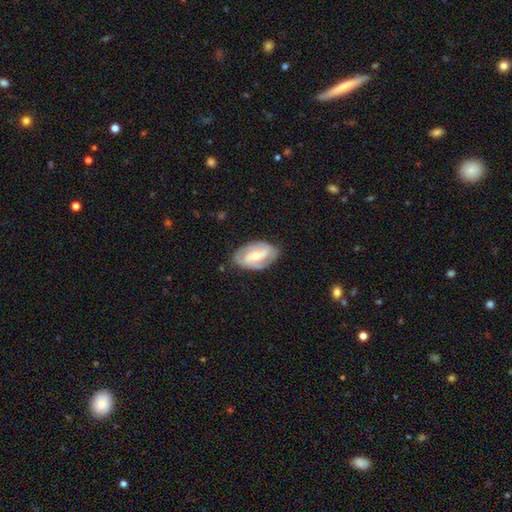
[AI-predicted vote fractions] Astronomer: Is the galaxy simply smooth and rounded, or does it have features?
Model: featured or disk — 81%.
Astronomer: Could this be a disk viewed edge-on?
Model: no — 96%.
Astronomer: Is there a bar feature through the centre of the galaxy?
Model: weak — 45% (runner-up: no, 29%).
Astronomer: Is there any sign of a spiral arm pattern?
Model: yes — 93%.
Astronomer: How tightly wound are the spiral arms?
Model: medium — 45% (runner-up: tight, 40%).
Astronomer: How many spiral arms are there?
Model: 2 — 77%.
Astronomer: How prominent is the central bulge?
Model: moderate — 55% (runner-up: small, 40%).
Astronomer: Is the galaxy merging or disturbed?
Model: none — 79%.